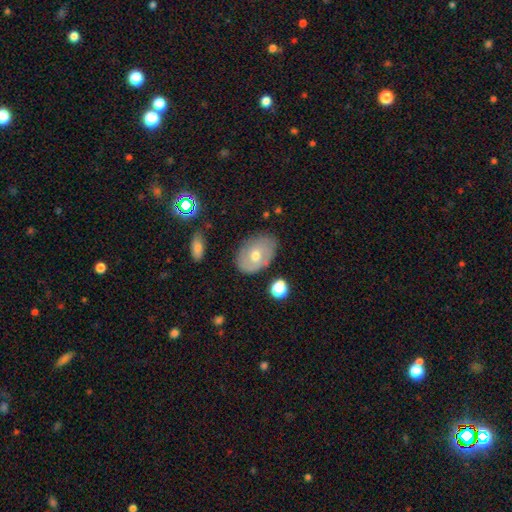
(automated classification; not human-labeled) A smooth galaxy with no disk features (53%) that is in between round and cigar-shaped (82%). Merging: none (75%).